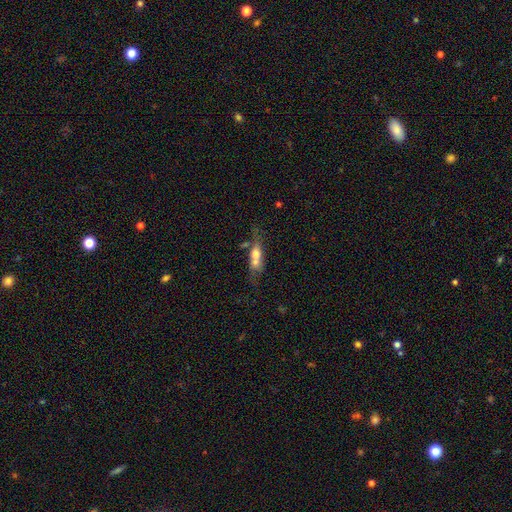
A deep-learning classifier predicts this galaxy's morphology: Overall: smooth (55%; featured or disk 35%). How rounded: in between (56%; cigar-shaped 33%). Merging: merger (50%; none 27%).